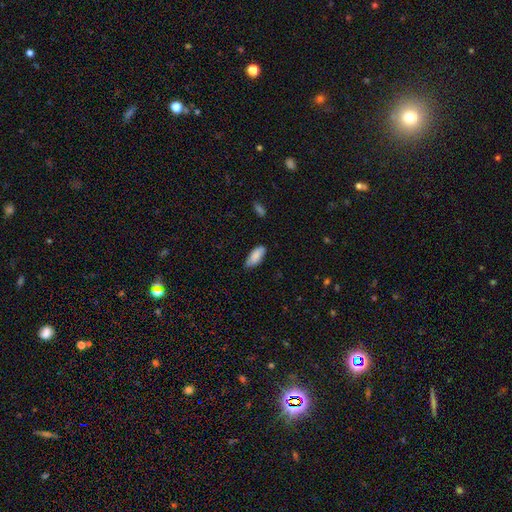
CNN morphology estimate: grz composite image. It shows a smooth galaxy with no disk features (86%) that is in between round and cigar-shaped (83%). Merging: none (74%).